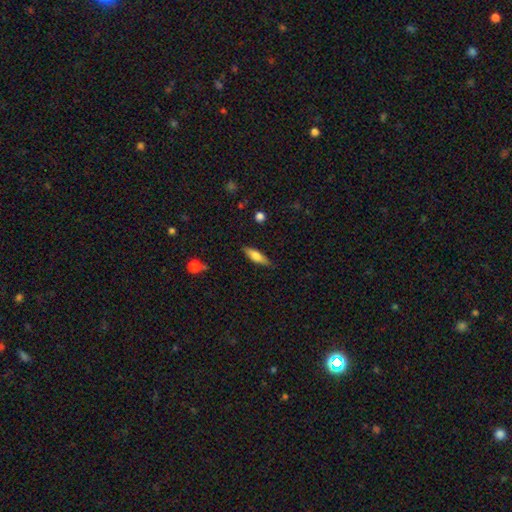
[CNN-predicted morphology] A smooth galaxy with no disk features (64%) that is cigar-shaped (60%).

Vote fractions:
- Smooth or featured? smooth: 64% / featured or disk: 29% / star or artifact: 7%
- How rounded? cigar-shaped: 60% / in between: 38% / round: 2%
- Merging? none: 85% / minor disturbance: 11% / major disturbance: 2% / merger: 1%